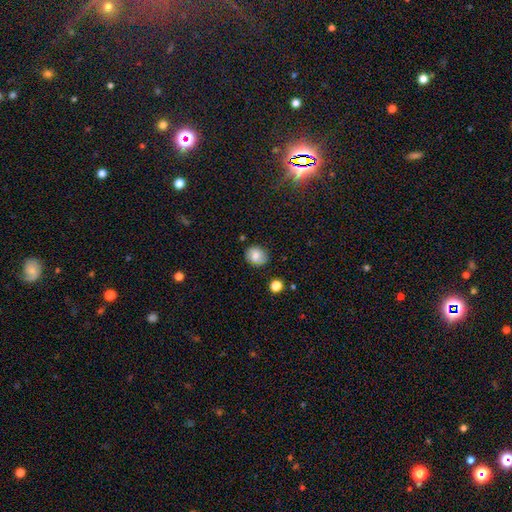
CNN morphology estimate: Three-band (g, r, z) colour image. It shows a smooth galaxy with no disk features (72%) that is round (72%). Merging: none (76%).